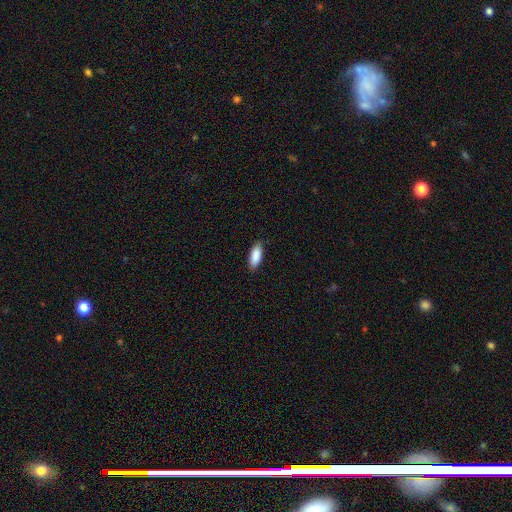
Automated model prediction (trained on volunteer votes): This appears to be a smooth galaxy with no disk features (89%) that is in between round and cigar-shaped (75%). Merging: none (87%).